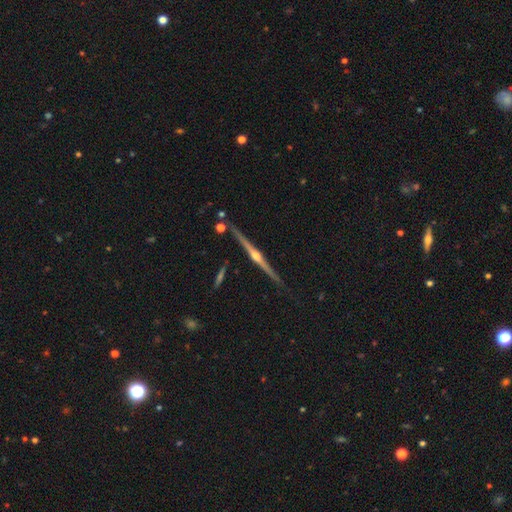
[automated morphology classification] featured or disk 87%, smooth 7%, star or artifact 6%. Down the decision tree: edge-on disk — yes (98%); edge-on bulge — rounded (93%); merging — none (87%).